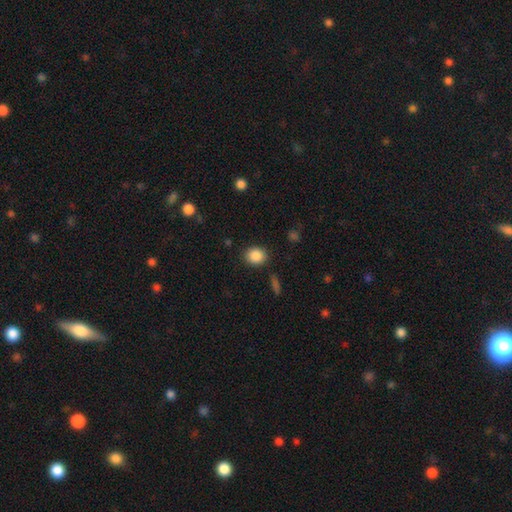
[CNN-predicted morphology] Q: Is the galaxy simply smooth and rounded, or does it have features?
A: smooth — 88%.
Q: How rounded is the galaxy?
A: round — 65%.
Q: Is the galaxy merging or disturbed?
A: none — 86%.